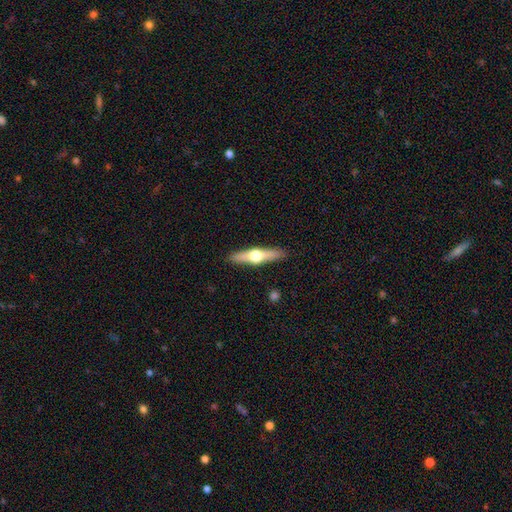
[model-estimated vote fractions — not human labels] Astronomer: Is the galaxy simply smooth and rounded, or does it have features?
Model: featured or disk — 66%.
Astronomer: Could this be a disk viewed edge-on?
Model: yes — 96%.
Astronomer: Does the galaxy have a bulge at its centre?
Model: rounded — 96%.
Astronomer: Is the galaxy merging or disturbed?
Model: none — 90%.